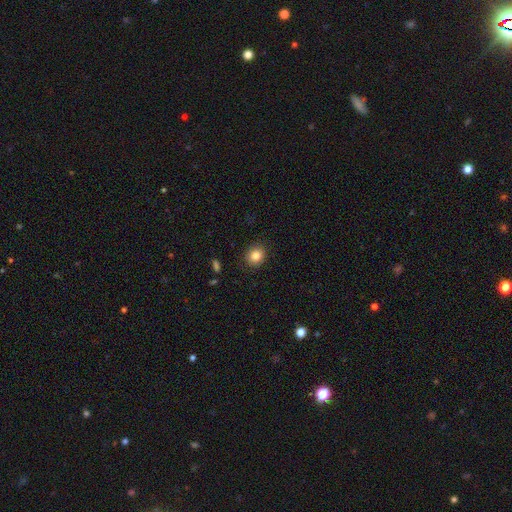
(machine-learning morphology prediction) Smooth or featured? Predicted: smooth (p=0.85). How rounded? Predicted: round (p=0.69). Merging? Predicted: none (p=0.88).